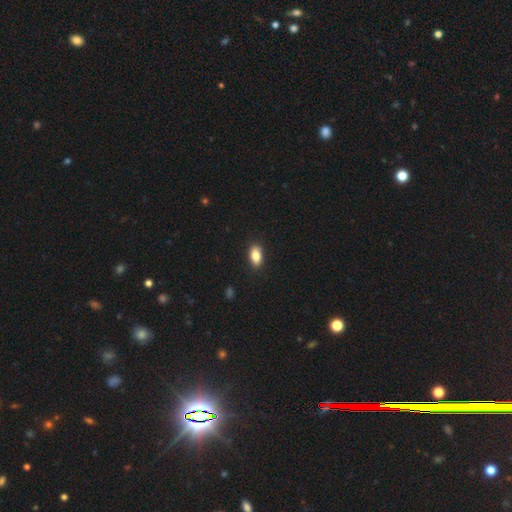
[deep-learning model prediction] The model was most divided on "smooth or featured": smooth: 84%, featured or disk: 9%, star or artifact: 8%. More confident: how rounded — in between (89%); merging — none (88%).